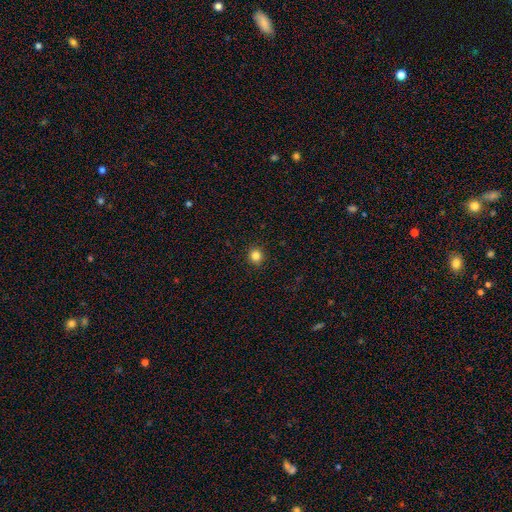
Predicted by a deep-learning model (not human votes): Morphology: type=smooth (84%); roundness=round (92%); merging=none (92%).